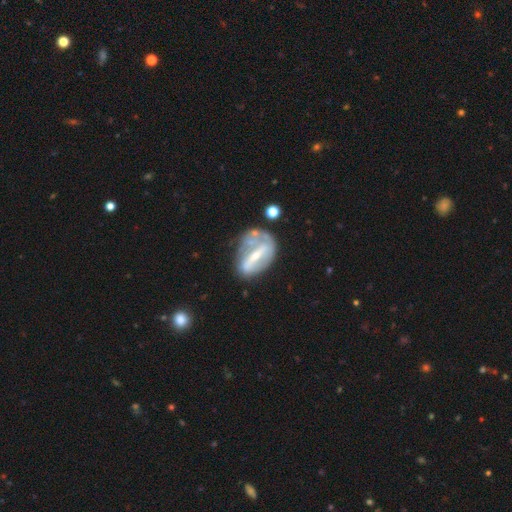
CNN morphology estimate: smooth_or_featured: featured or disk (p=0.71) [alt: smooth p=0.22]
disk_edge_on: no (p=0.89) [alt: yes p=0.11]
bar: strong (p=0.65) [alt: weak p=0.22]
has_spiral_arms: no (p=0.54) [alt: yes p=0.46]
bulge_size: small (p=0.54) [alt: moderate p=0.34]
merging: none (p=0.50) [alt: minor disturbance p=0.24]